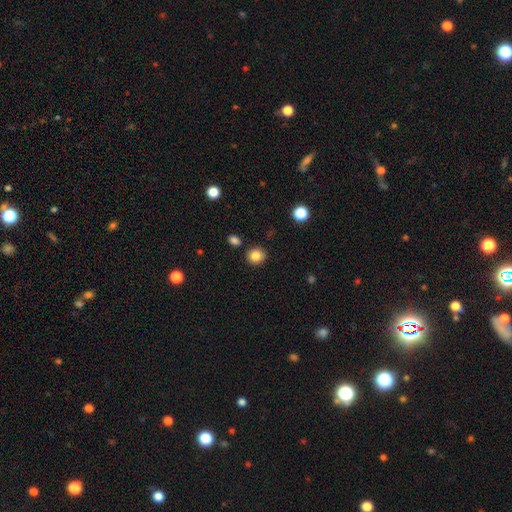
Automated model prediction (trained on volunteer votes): Morphology: type=smooth (85%); roundness=round (86%); merging=none (88%).